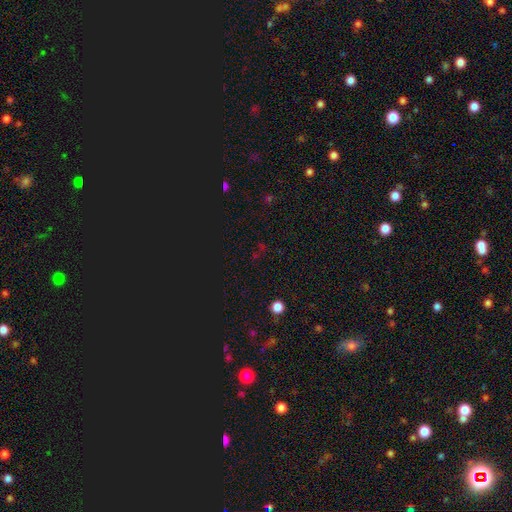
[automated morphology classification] type=star or artifact (66%).